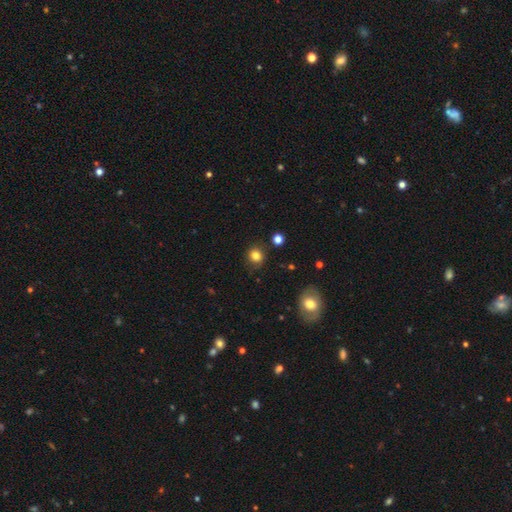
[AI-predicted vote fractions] Smooth or featured: smooth — 82% (star or artifact — 12%)
How rounded: round — 82% (in between — 17%)
Merging: none — 81% (minor disturbance — 13%)